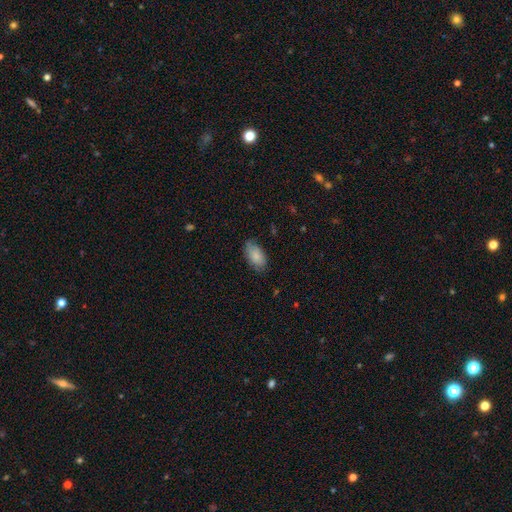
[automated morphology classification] Smooth or featured? smooth (84%)
How rounded? in between (94%)
Merging? none (74%)